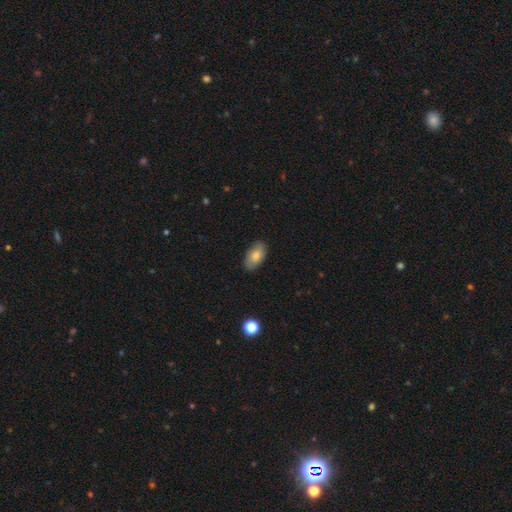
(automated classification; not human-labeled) The model was most divided on "smooth or featured": smooth: 80%, featured or disk: 13%, star or artifact: 7%. More confident: how rounded — in between (93%); merging — none (86%).